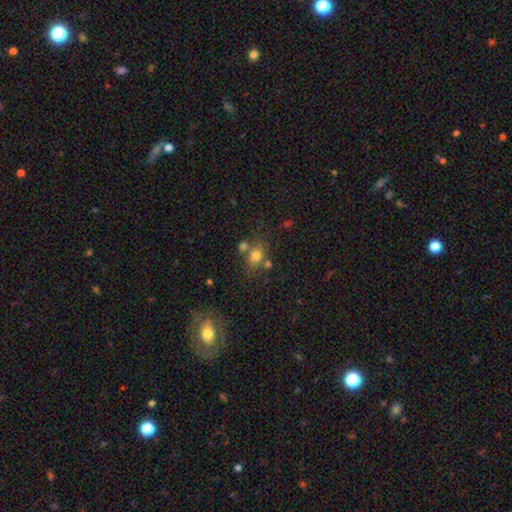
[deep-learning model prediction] Q: Smooth or featured?
A: smooth (74%); runner-up: star or artifact (14%)
Q: How rounded?
A: round (50%); runner-up: in between (49%)
Q: Merging?
A: none (55%); runner-up: merger (25%)